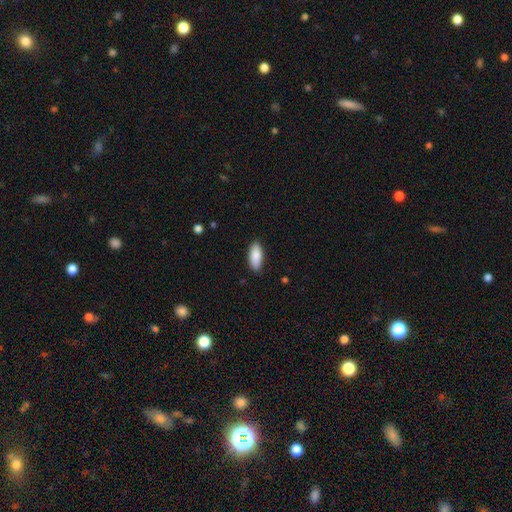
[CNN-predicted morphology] type=smooth (88%); roundness=in between (84%); merging=none (86%).